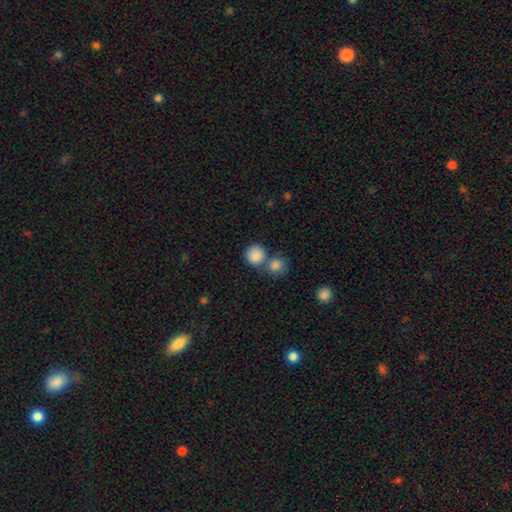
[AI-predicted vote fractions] smooth 86%, star or artifact 9%, featured or disk 6%. Down the decision tree: how rounded — round (85%); merging — none (48%).